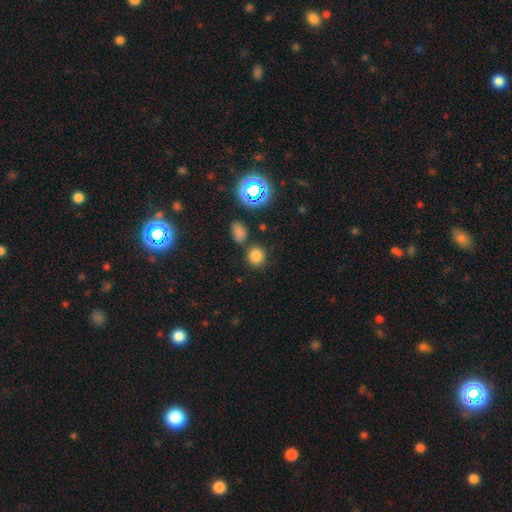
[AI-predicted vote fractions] Morphology: type=smooth (77%); roundness=round (82%); merging=none (75%).